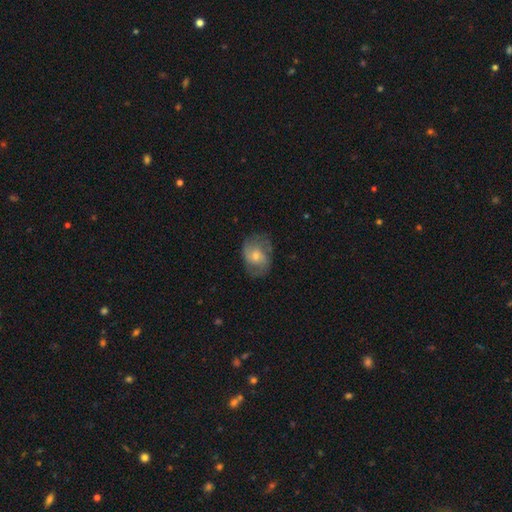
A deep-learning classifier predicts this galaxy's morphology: type=featured or disk (49%); merging=none (65%).